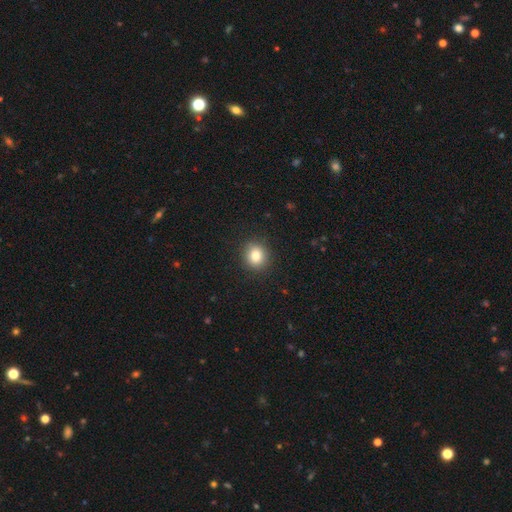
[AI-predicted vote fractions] Smooth or featured? Predicted: smooth (p=0.82). How rounded? Predicted: round (p=0.85). Merging? Predicted: none (p=0.91).